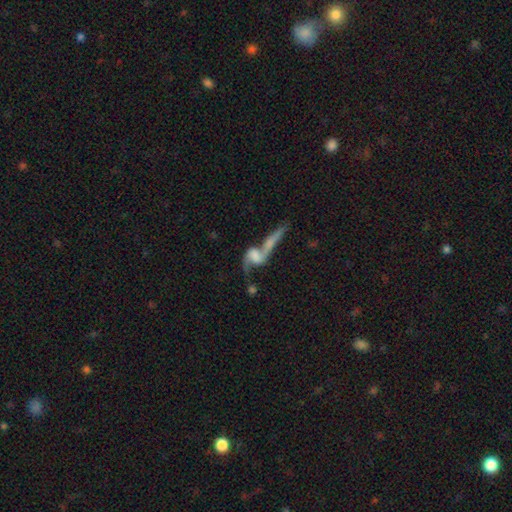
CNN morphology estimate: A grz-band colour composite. It shows a featured or disk galaxy (65%) with no bar (58%), spiral arms (79%) and no central bulge (41%). Merging: merger (55%).